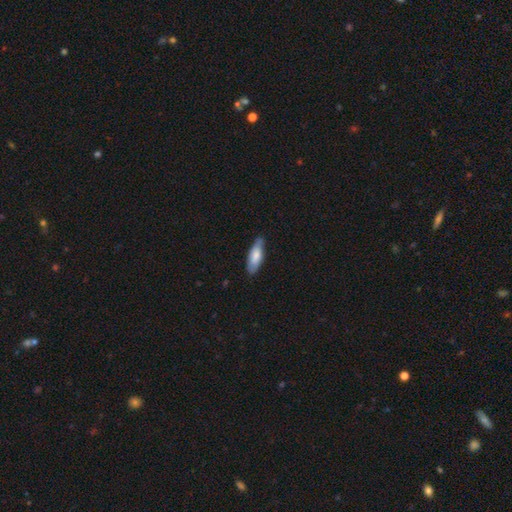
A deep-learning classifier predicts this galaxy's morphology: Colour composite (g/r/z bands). It shows a smooth galaxy with no disk features (72%) that is in between round and cigar-shaped (60%). Merging: none (77%).